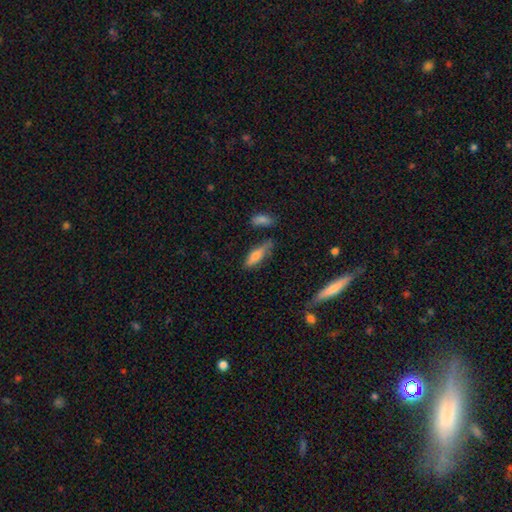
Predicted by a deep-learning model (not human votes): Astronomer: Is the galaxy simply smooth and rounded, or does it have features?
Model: smooth — 69%.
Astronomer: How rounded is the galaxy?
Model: cigar-shaped — 55% (runner-up: in between, 43%).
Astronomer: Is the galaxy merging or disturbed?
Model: none — 60%.